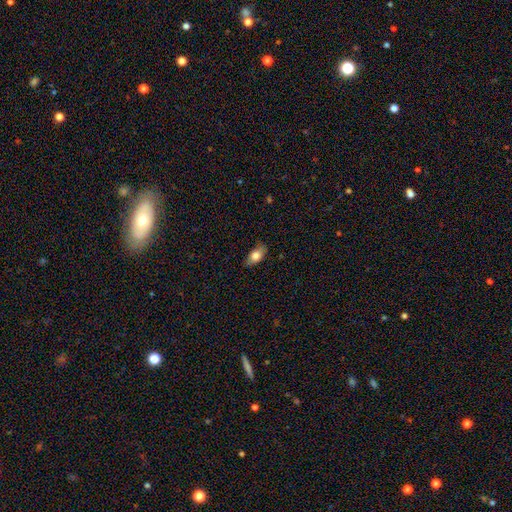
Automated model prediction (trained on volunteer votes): Smooth or featured?
  - smooth: 76% *
  - featured or disk: 17%
  - star or artifact: 7%
How rounded?
  - in between: 86% *
  - round: 8%
  - cigar-shaped: 6%
Merging?
  - none: 77% *
  - minor disturbance: 18%
  - major disturbance: 4%
  - merger: 1%